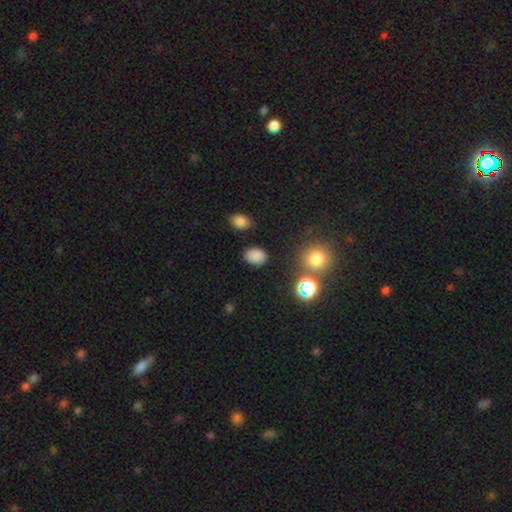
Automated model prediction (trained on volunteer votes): Smooth or featured: smooth — 83% (star or artifact — 13%)
How rounded: in between — 72% (round — 27%)
Merging: none — 85% (minor disturbance — 10%)